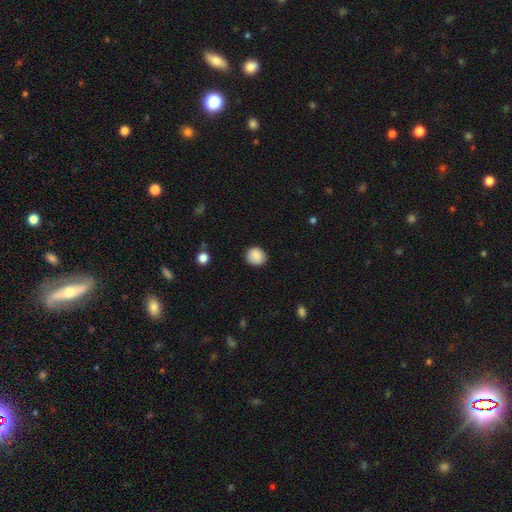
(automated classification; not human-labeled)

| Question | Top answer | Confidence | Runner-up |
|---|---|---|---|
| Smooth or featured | smooth | 87% | star or artifact (8%) |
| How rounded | round | 83% | in between (16%) |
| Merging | none | 86% | minor disturbance (11%) |